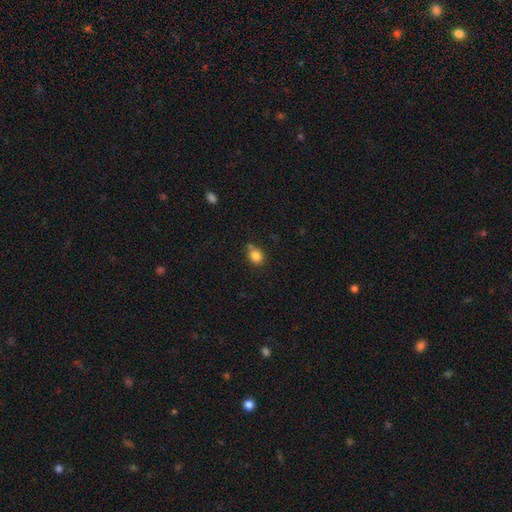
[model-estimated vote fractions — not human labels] smooth 84%, star or artifact 10%, featured or disk 6%. Down the decision tree: how rounded — round (59%); merging — none (64%).